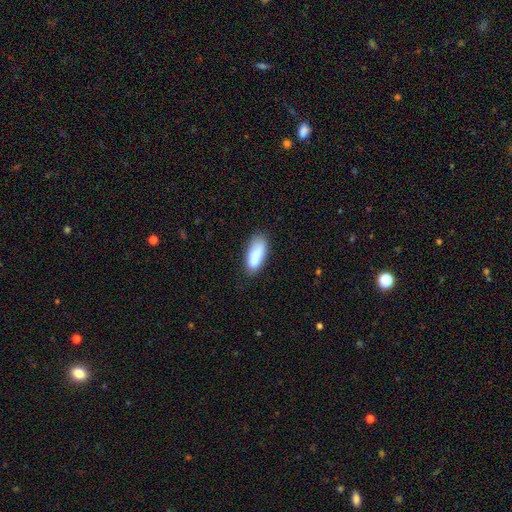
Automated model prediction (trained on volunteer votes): Q: Smooth or featured?
A: smooth (84%); runner-up: featured or disk (9%)
Q: How rounded?
A: in between (79%); runner-up: cigar-shaped (19%)
Q: Merging?
A: none (73%); runner-up: minor disturbance (20%)